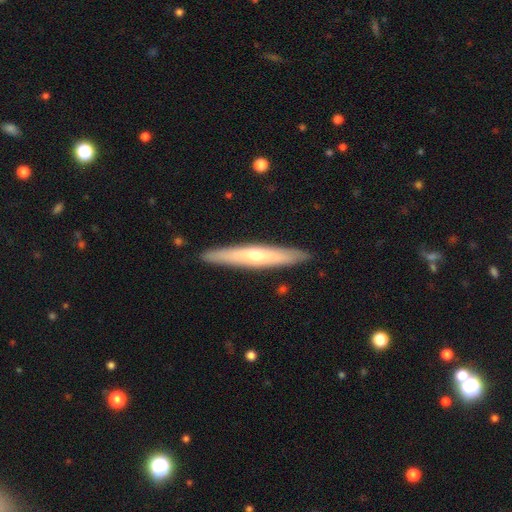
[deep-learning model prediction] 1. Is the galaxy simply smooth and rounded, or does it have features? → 51% featured or disk, 44% smooth, 5% star or artifact.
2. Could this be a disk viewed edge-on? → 91% yes, 9% no.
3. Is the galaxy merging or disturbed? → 91% none, 7% minor disturbance, 1% major disturbance, 1% merger.